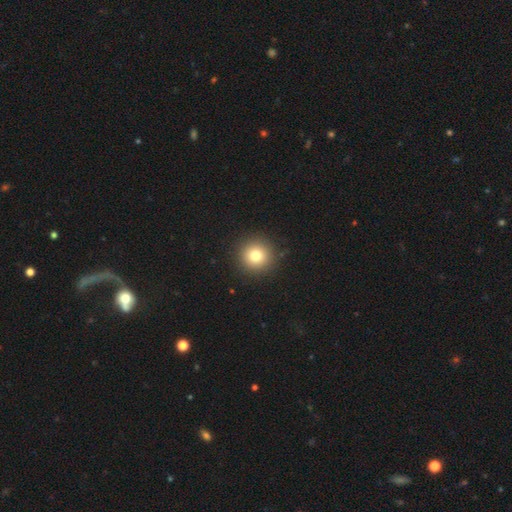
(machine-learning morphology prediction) Smooth or featured: smooth — 79% (star or artifact — 12%)
How rounded: round — 95% (in between — 4%)
Merging: none — 92% (minor disturbance — 5%)